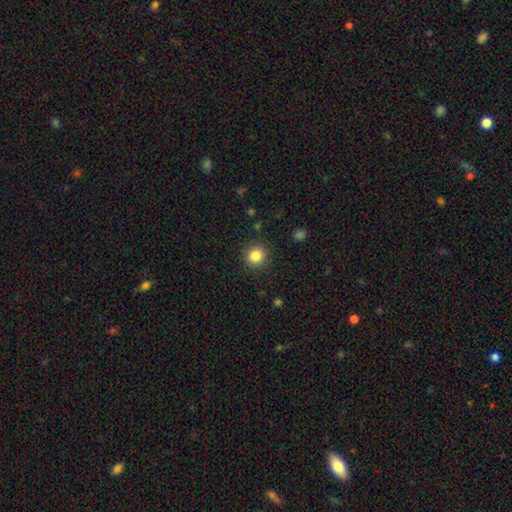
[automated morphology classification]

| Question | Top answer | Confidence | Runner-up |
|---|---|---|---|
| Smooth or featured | smooth | 84% | star or artifact (11%) |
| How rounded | round | 92% | in between (7%) |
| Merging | none | 90% | minor disturbance (7%) |